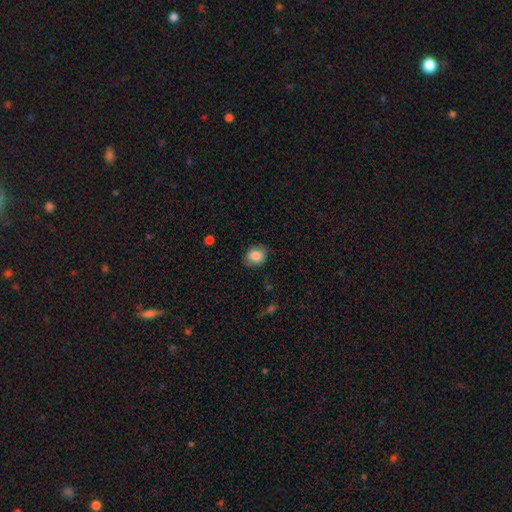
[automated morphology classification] smooth_or_featured: smooth (p=0.85) [alt: star or artifact p=0.08]
how_rounded: round (p=0.55) [alt: in between p=0.44]
merging: none (p=0.82) [alt: minor disturbance p=0.13]